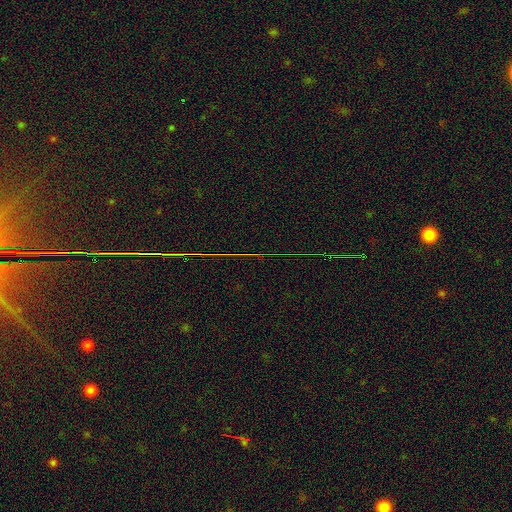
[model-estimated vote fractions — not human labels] This is clearly a star or artifact rather than a galaxy (86%).